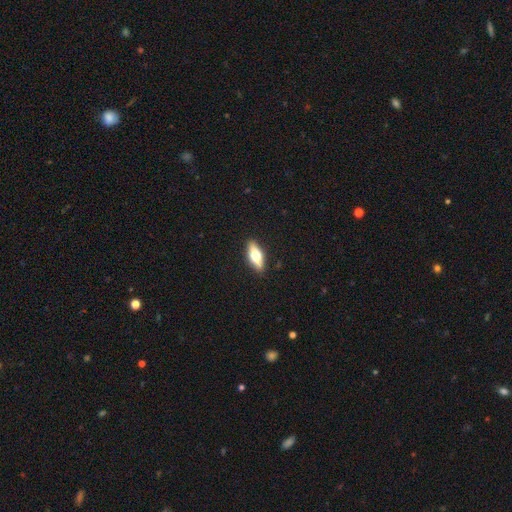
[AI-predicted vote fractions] Smooth or featured? Predicted: smooth (p=0.56). How rounded? Predicted: in between (p=0.64). Merging? Predicted: none (p=0.89).